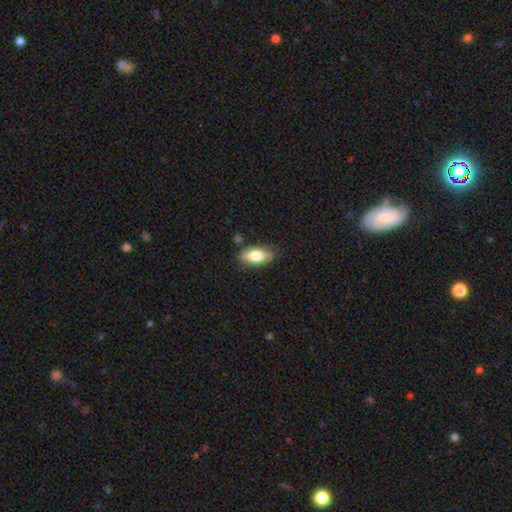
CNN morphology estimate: type=smooth (76%); roundness=in between (85%); merging=none (78%).